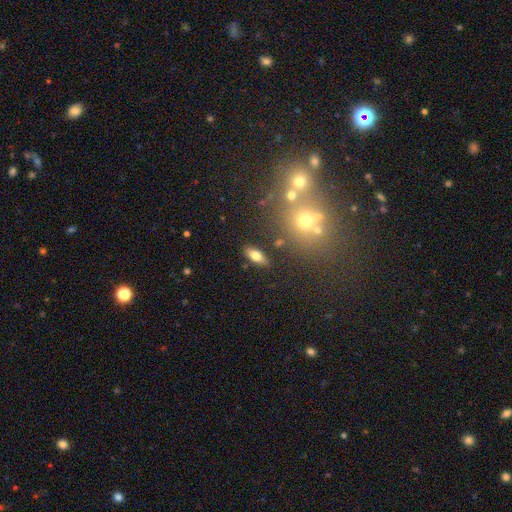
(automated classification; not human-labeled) Smooth or featured?
  - smooth: 72% *
  - featured or disk: 19%
  - star or artifact: 9%
How rounded?
  - in between: 81% *
  - cigar-shaped: 15%
  - round: 4%
Merging?
  - none: 84% *
  - minor disturbance: 10%
  - merger: 4%
  - major disturbance: 3%